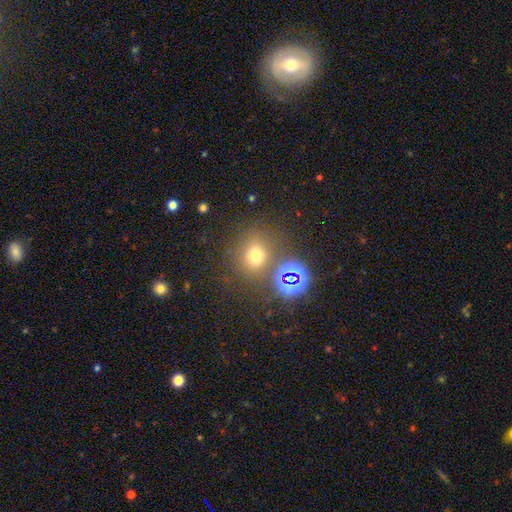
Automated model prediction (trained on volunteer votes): Q: Smooth or featured?
A: smooth (64%); runner-up: star or artifact (27%)
Q: How rounded?
A: round (75%); runner-up: in between (24%)
Q: Merging?
A: none (74%); runner-up: minor disturbance (11%)